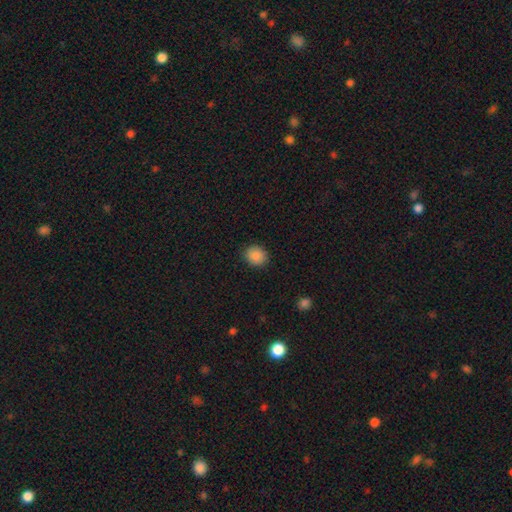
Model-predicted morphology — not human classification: smooth 88%, star or artifact 9%, featured or disk 4%. Down the decision tree: how rounded — round (74%); merging — none (89%).